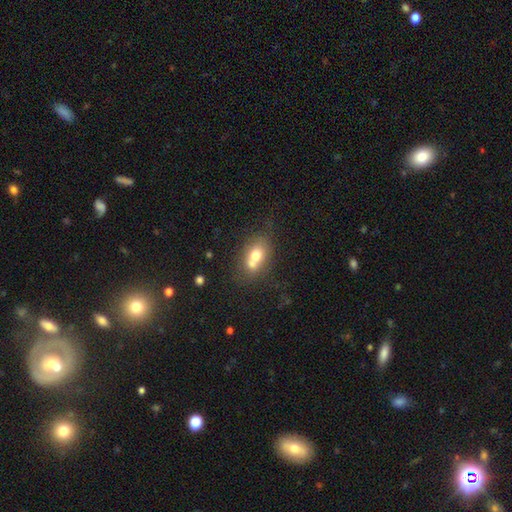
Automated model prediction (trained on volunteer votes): smooth_or_featured: smooth (p=0.66) [alt: featured or disk p=0.25]
how_rounded: in between (p=0.70) [alt: round p=0.28]
merging: merger (p=0.51) [alt: none p=0.33]